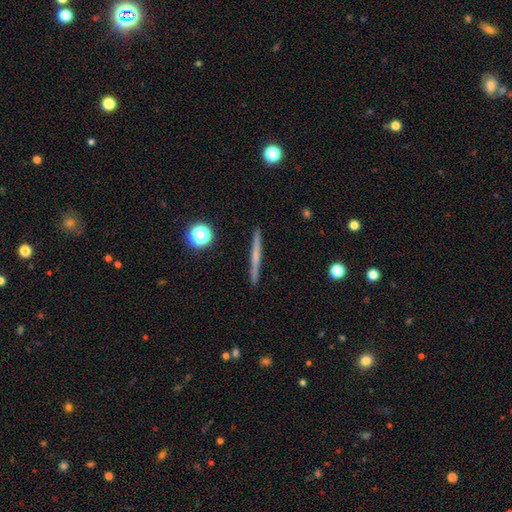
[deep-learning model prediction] This appears to be a featured or disk galaxy (49%). Merging: none (92%).